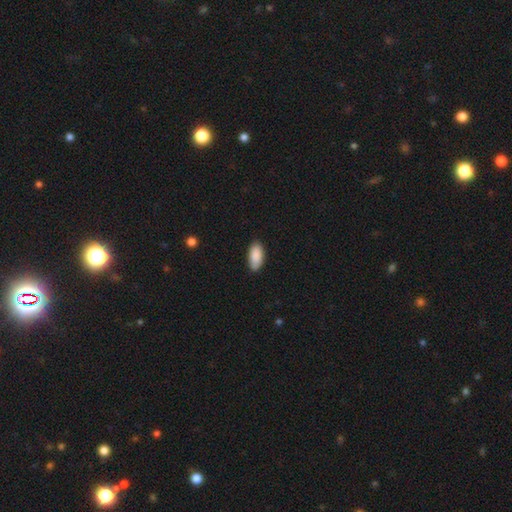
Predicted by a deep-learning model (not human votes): smooth 89%, star or artifact 6%, featured or disk 5%. Down the decision tree: how rounded — in between (91%); merging — none (82%).